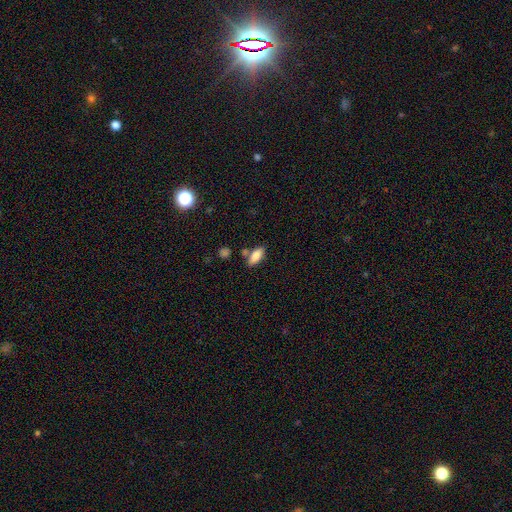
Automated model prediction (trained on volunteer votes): Q: Smooth or featured?
A: smooth (84%); runner-up: featured or disk (9%)
Q: How rounded?
A: in between (83%); runner-up: cigar-shaped (14%)
Q: Merging?
A: none (69%); runner-up: minor disturbance (15%)